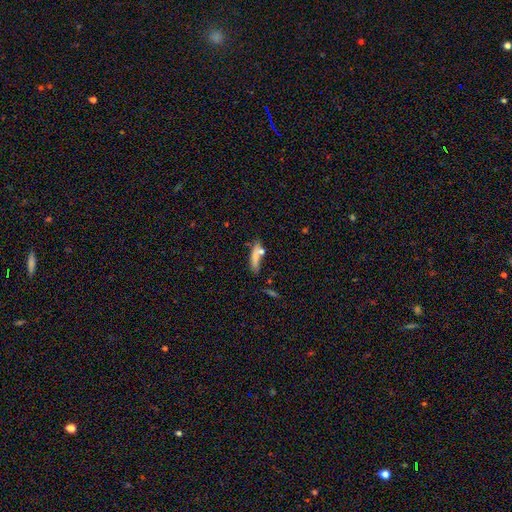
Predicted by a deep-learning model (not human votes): smooth-or-featured: smooth: 71% | featured or disk: 19% | star or artifact: 11%
  how-rounded: cigar-shaped: 66% | in between: 30% | round: 3%
  merging: none: 57% | minor disturbance: 19% | merger: 16% | major disturbance: 8%